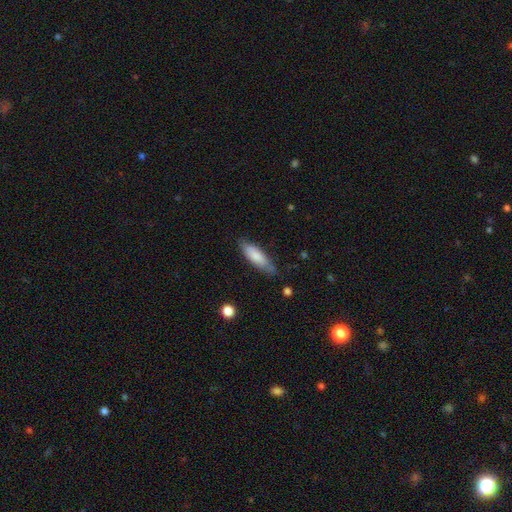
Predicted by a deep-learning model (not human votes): Smooth or featured?
  - smooth: 78% *
  - featured or disk: 16%
  - star or artifact: 6%
How rounded?
  - in between: 49% * (tied)
  - cigar-shaped: 49% * (tied)
  - round: 2%
Merging?
  - none: 75% *
  - minor disturbance: 19%
  - major disturbance: 4%
  - merger: 2%